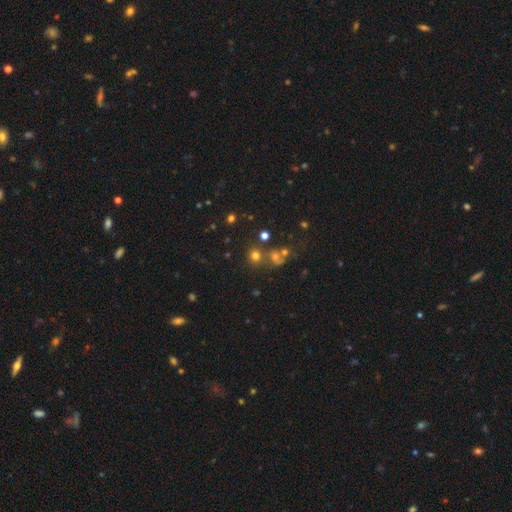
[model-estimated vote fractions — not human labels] smooth-or-featured: smooth: 66% | star or artifact: 25% | featured or disk: 9%
  how-rounded: round: 84% | in between: 15% | cigar-shaped: 1%
  merging: none: 65% | merger: 21% | minor disturbance: 9% | major disturbance: 5%